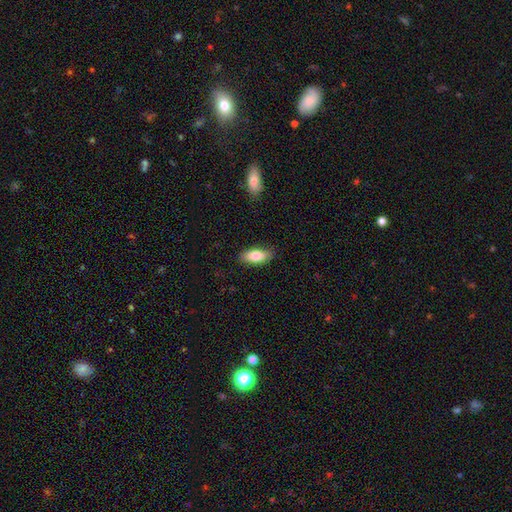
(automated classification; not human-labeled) Smooth or featured? Predicted: smooth (p=0.81). How rounded? Predicted: in between (p=0.83). Merging? Predicted: none (p=0.85).